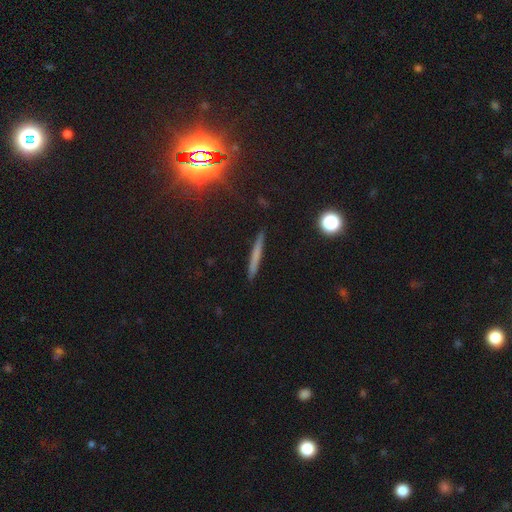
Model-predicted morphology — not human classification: Overall: smooth (53%; featured or disk 32%). How rounded: cigar-shaped (94%). Merging: none (90%).